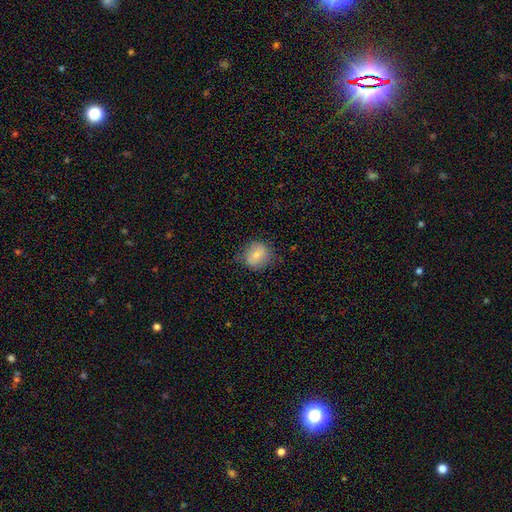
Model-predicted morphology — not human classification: The model was most divided on "how rounded": round: 73%, in between: 26%, cigar-shaped: 1%. More confident: merging — none (75%); smooth or featured — smooth (73%).